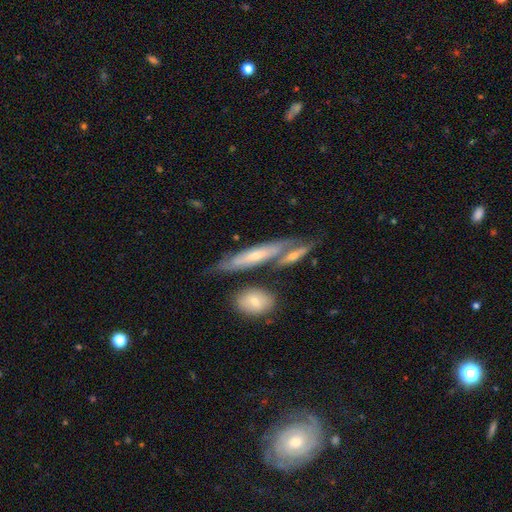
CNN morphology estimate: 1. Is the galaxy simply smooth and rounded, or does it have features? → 58% featured or disk, 36% smooth, 7% star or artifact.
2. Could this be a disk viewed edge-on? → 60% yes, 40% no.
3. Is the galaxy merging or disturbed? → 54% none, 23% merger, 17% minor disturbance, 6% major disturbance.